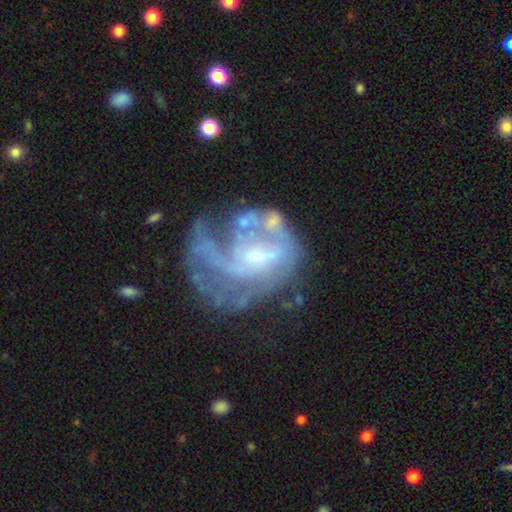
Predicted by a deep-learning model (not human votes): Smooth or featured? featured or disk (77%)
Edge-on disk? no (98%)
Bar? no (56%)
Spiral arms? yes (68%)
Spiral winding? tight (37%)
Spiral arm count? can't tell (40%)
Bulge size? small (34%)
Merging? major disturbance (37%, tied with none)